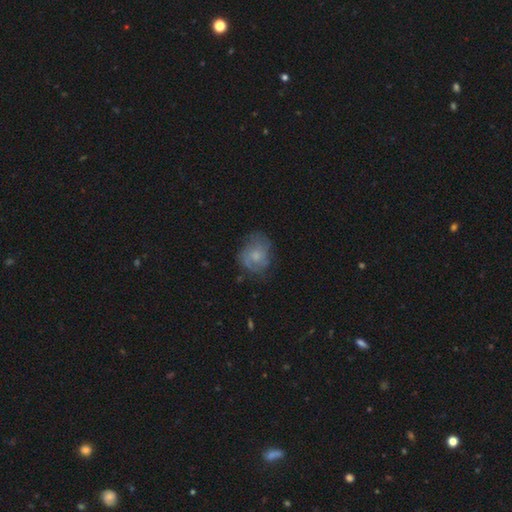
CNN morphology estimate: Smooth or featured? featured or disk (53%)
Edge-on disk? no (97%)
Bar? no (77%)
Spiral arms? yes (78%)
Bulge size? moderate (43%)
Merging? none (64%)